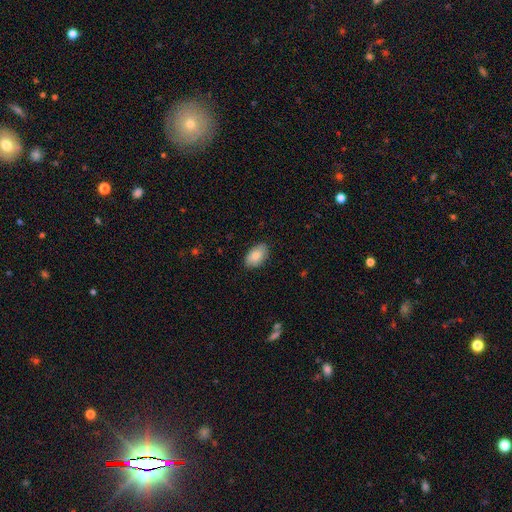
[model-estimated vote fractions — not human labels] smooth_or_featured: smooth (p=0.85) [alt: featured or disk p=0.09]
how_rounded: in between (p=0.93) [alt: round p=0.05]
merging: none (p=0.85) [alt: minor disturbance p=0.12]